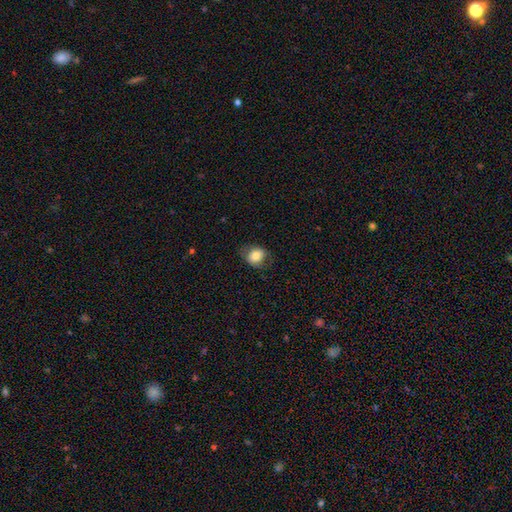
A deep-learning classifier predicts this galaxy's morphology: type=smooth (79%); roundness=round (62%); merging=none (74%).